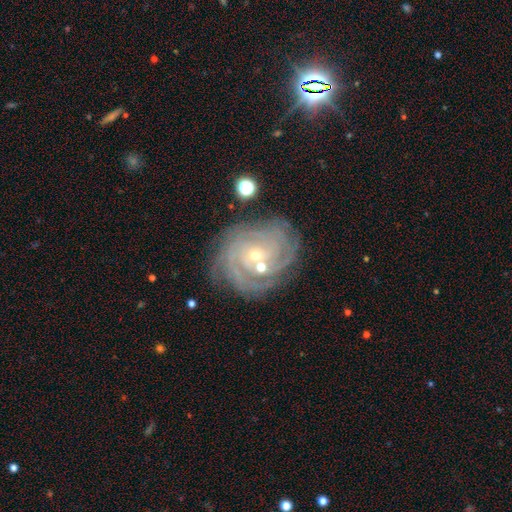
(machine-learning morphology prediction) This appears to be a featured or disk galaxy (86%) with no bar (63%), 4 (29%) tight (81%) spiral arms (97%) and a small central bulge (68%). Merging: none (73%).